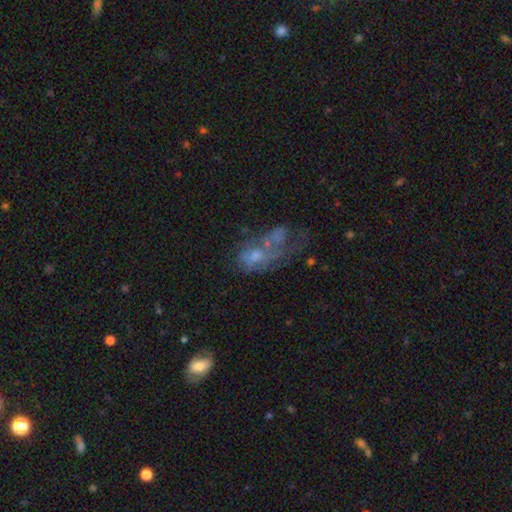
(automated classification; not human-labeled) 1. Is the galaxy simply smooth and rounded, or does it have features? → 50% featured or disk, 29% smooth, 21% star or artifact.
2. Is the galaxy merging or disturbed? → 35% major disturbance, 25% none, 25% merger, 15% minor disturbance.